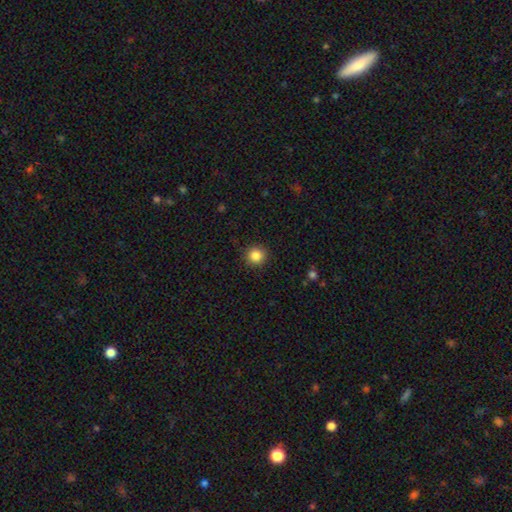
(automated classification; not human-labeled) Smooth or featured? Predicted: smooth (p=0.85). How rounded? Predicted: round (p=0.93). Merging? Predicted: none (p=0.90).